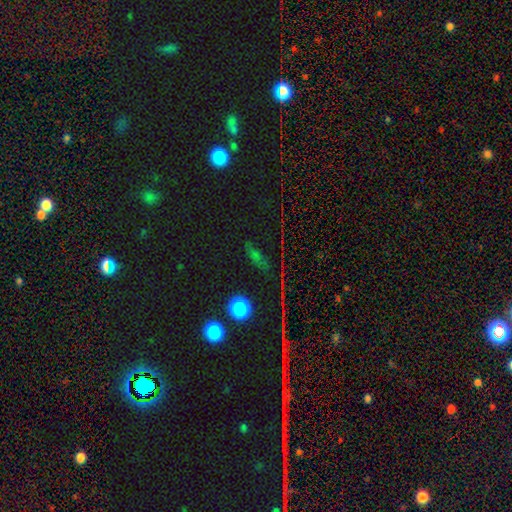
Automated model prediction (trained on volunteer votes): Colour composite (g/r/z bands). It shows a star or artifact, not a galaxy (52%).